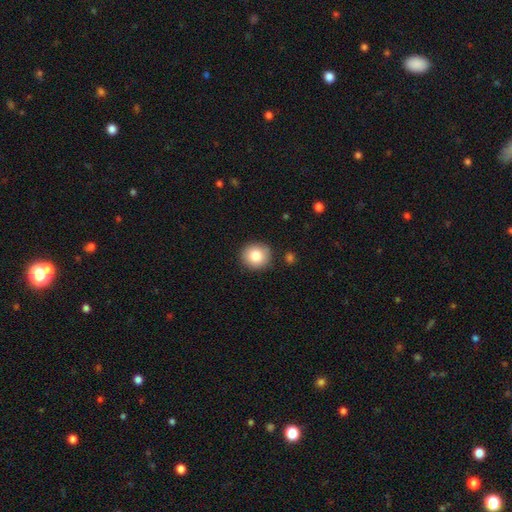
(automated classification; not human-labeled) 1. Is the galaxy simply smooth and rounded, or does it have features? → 83% smooth, 9% star or artifact, 8% featured or disk.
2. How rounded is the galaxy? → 89% round, 10% in between, 1% cigar-shaped.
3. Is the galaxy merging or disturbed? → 89% none, 8% minor disturbance, 2% major disturbance, 2% merger.